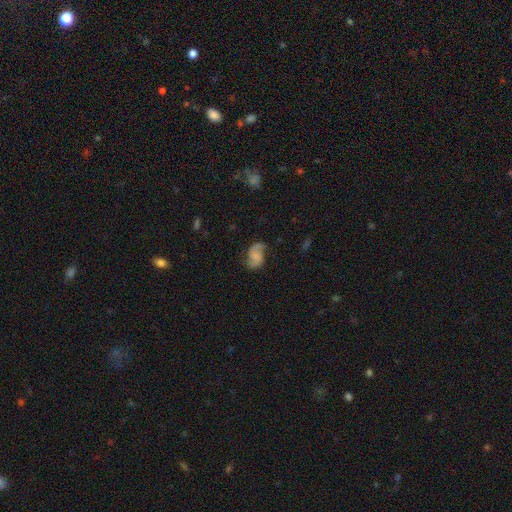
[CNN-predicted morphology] Q: Smooth or featured?
A: featured or disk (66%); runner-up: smooth (25%)
Q: Edge-on disk?
A: no (98%); runner-up: yes (2%)
Q: Bar?
A: no (57%); runner-up: weak (35%)
Q: Spiral arms?
A: yes (93%); runner-up: no (7%)
Q: Spiral winding?
A: loose (49%); runner-up: medium (39%)
Q: Spiral arm count?
A: 2 (89%); runner-up: 1 (4%)
Q: Bulge size?
A: none (52%); runner-up: small (27%)
Q: Merging?
A: none (66%); runner-up: minor disturbance (22%)